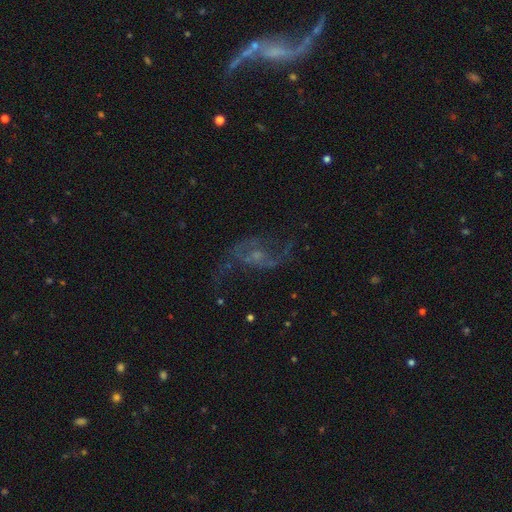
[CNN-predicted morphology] featured or disk 72%, star or artifact 15%, smooth 13%. Down the decision tree: edge-on disk — no (95%); bar — no (60%); spiral arms — yes (79%); spiral arm count — 2 (83%); spiral winding — loose (69%); bulge size — small (55%); merging — none (51%).